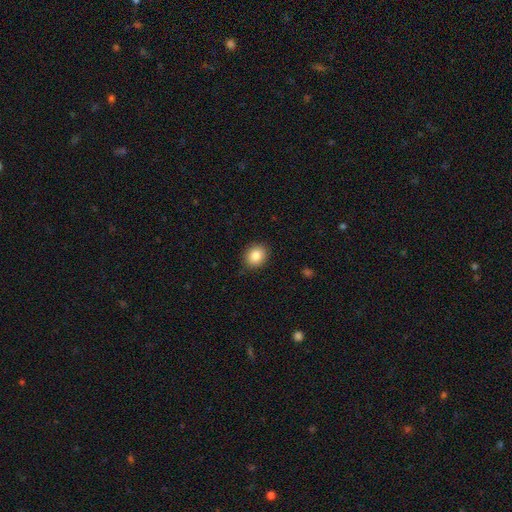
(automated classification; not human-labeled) This is clearly a smooth galaxy (85%). How rounded: likely round (64%). Merging: clearly none (89%).